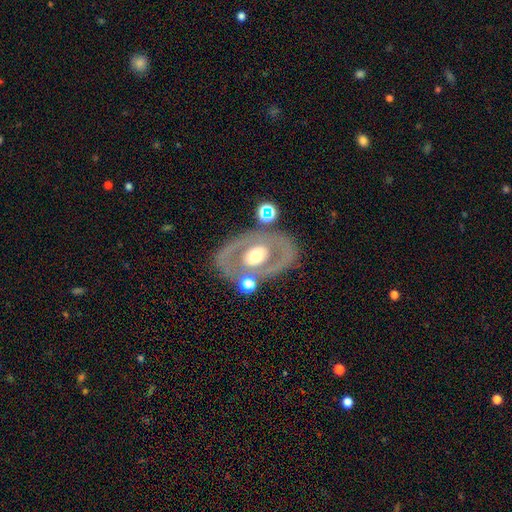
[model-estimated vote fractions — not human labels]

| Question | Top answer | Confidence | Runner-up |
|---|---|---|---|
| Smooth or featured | featured or disk | 78% | smooth (16%) |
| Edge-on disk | no | 94% | yes (6%) |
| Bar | no | 64% | weak (23%) |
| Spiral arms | no | 53% | yes (47%) |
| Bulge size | moderate | 69% | large (18%) |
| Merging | none | 72% | minor disturbance (14%) |